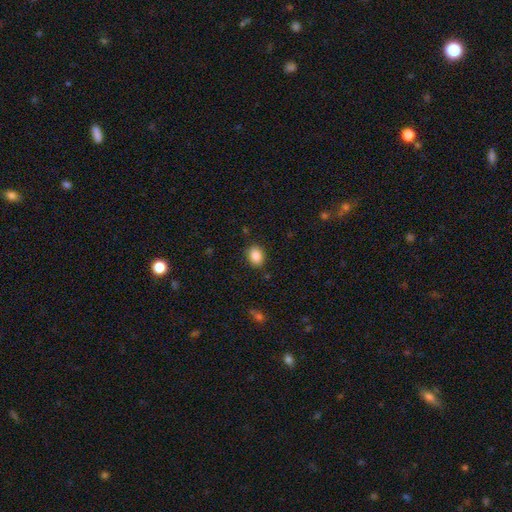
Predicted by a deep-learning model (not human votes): A smooth galaxy with no disk features (87%) that is in between round and cigar-shaped (69%). Merging: none (86%).